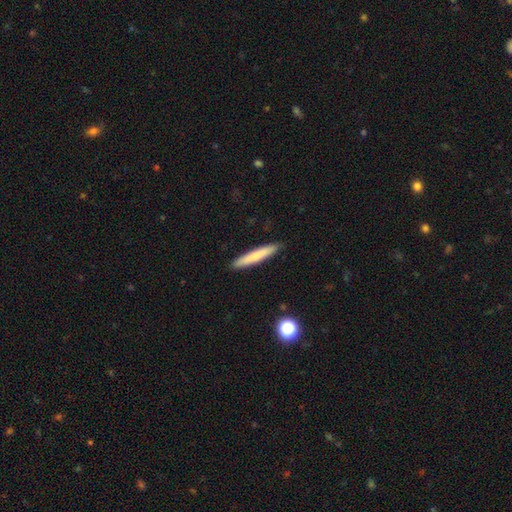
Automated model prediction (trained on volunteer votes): Smooth or featured: smooth — 73% (featured or disk — 21%)
How rounded: cigar-shaped — 95% (in between — 4%)
Merging: none — 91% (minor disturbance — 6%)